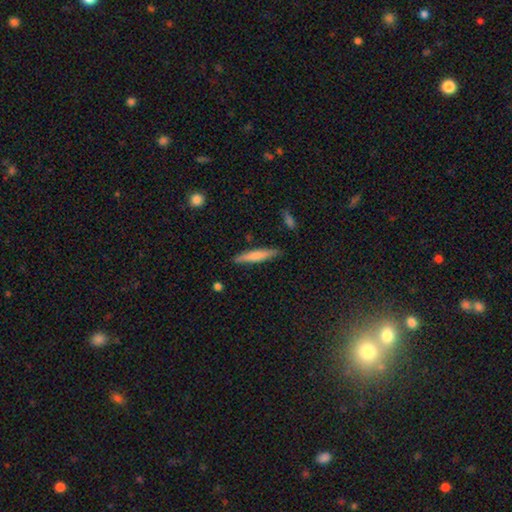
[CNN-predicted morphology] Smooth or featured?
  - smooth: 69% *
  - featured or disk: 25%
  - star or artifact: 6%
How rounded?
  - cigar-shaped: 91% *
  - in between: 8%
  - round: 1%
Merging?
  - none: 87% *
  - minor disturbance: 10%
  - major disturbance: 2%
  - merger: 2%